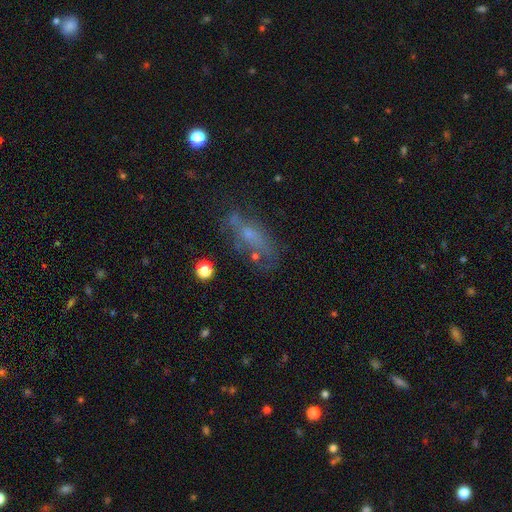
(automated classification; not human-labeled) Overall: smooth (45%; featured or disk 40%). Merging: none (46%; minor disturbance 24%).